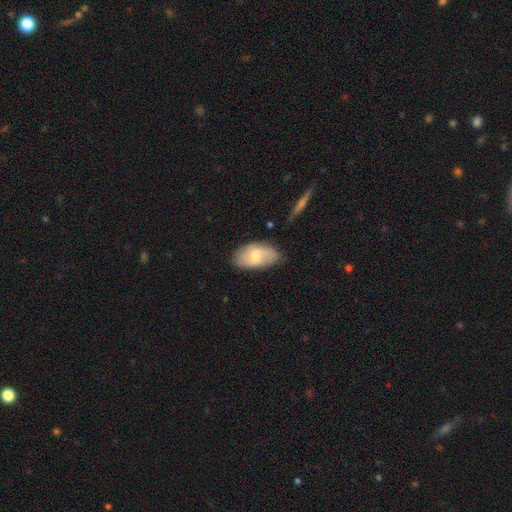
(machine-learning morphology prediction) Q: Smooth or featured?
A: smooth (58%); runner-up: featured or disk (36%)
Q: How rounded?
A: in between (94%); runner-up: round (4%)
Q: Merging?
A: none (69%); runner-up: minor disturbance (23%)